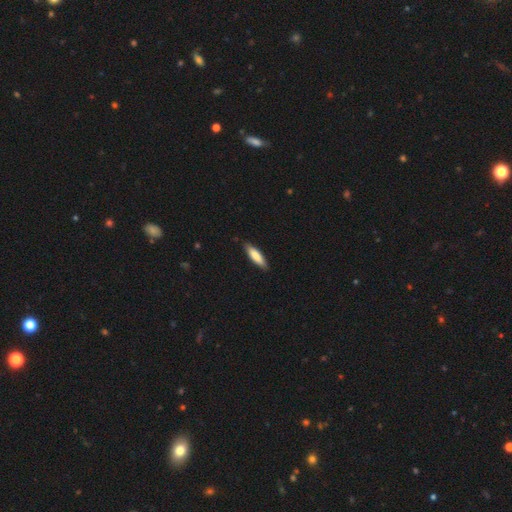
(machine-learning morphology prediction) type=smooth (80%); roundness=cigar-shaped (60%); merging=none (86%).